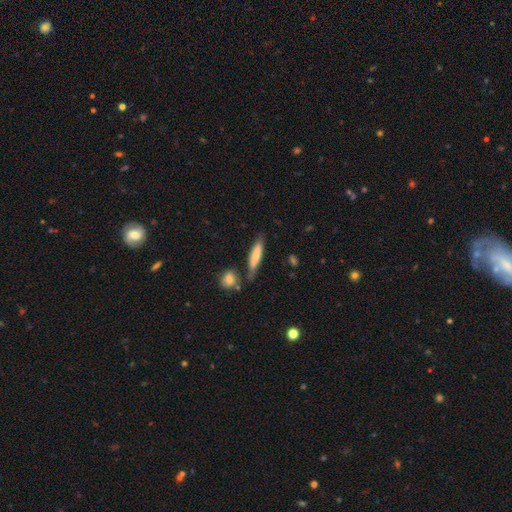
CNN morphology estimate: A smooth galaxy with no disk features (69%) that is cigar-shaped (78%).

Vote fractions:
- Smooth or featured? smooth: 69% / featured or disk: 25% / star or artifact: 6%
- How rounded? cigar-shaped: 78% / in between: 21% / round: 2%
- Merging? none: 68% / minor disturbance: 18% / merger: 10% / major disturbance: 4%